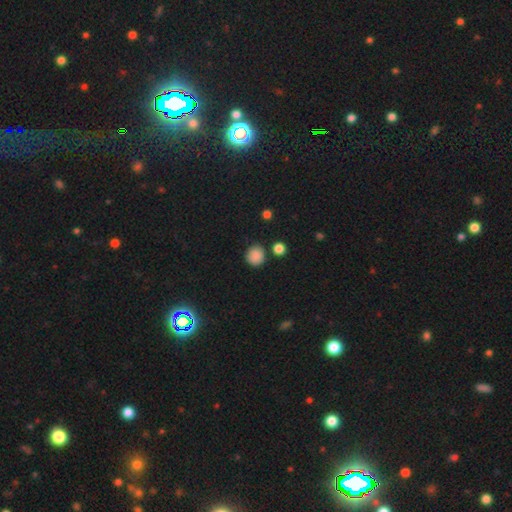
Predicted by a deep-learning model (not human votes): A smooth galaxy with no disk features (85%) that is round (85%). Merging: none (80%).